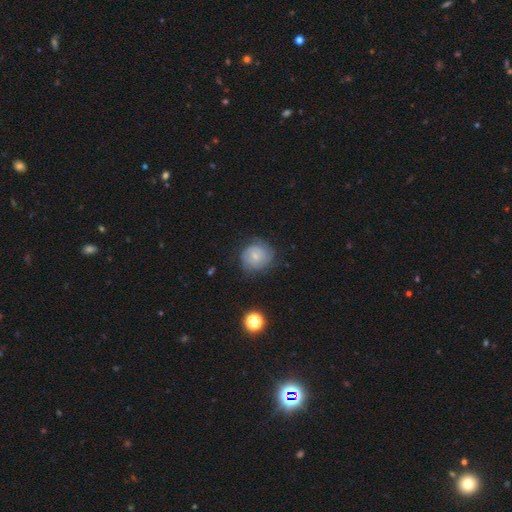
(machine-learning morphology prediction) A featured or disk galaxy (51%).

Vote fractions:
- Smooth or featured? featured or disk: 51% / smooth: 40% / star or artifact: 9%
- Edge-on disk? no: 97% / yes: 3%
- Merging? none: 68% / minor disturbance: 22% / major disturbance: 9% / merger: 1%